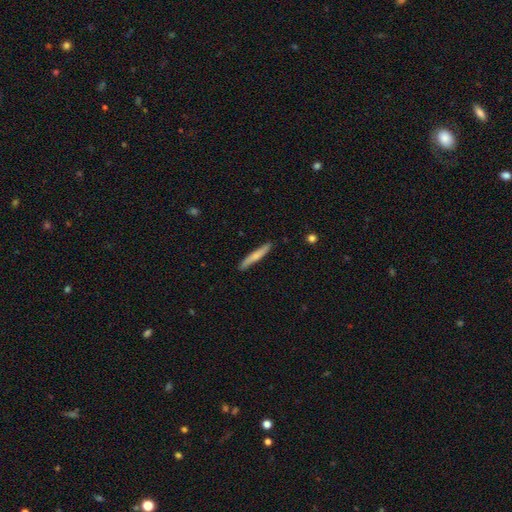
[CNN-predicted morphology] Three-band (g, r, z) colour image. It shows a smooth galaxy with no disk features (64%) that is cigar-shaped (94%). Merging: none (86%).